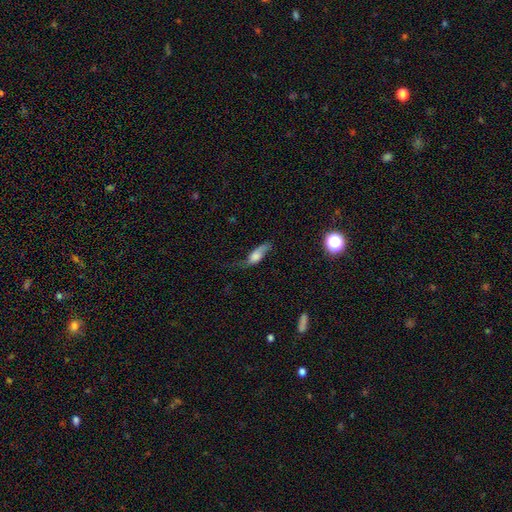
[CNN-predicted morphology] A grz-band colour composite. It shows a smooth galaxy with no disk features (51%) that is in between round and cigar-shaped (64%). Merging: none (40%).